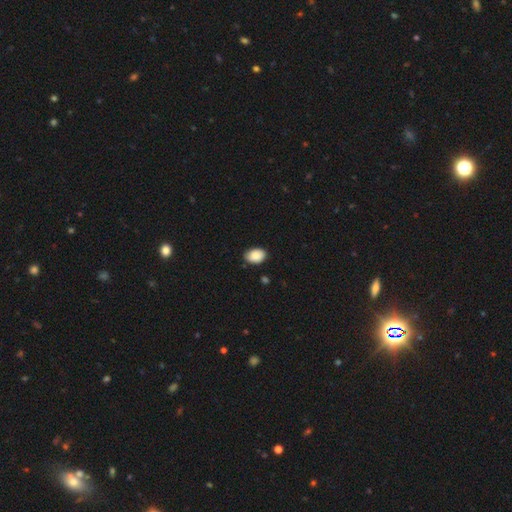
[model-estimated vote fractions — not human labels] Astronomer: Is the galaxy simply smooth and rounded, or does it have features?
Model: smooth — 88%.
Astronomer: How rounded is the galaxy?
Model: in between — 81%.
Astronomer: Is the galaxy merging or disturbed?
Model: none — 82%.